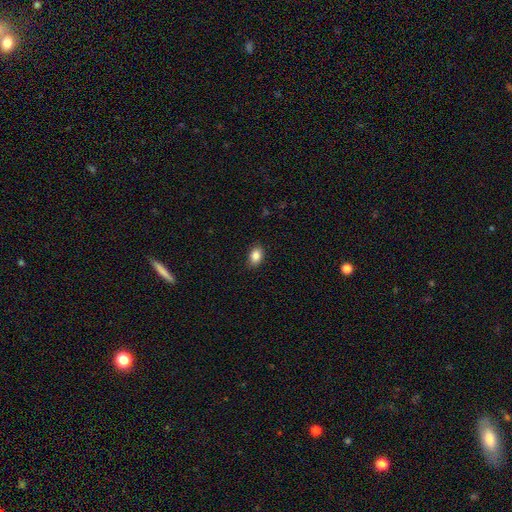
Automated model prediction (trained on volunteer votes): smooth-or-featured: smooth: 86% | star or artifact: 9% | featured or disk: 5%
  how-rounded: in between: 81% | round: 18% | cigar-shaped: 1%
  merging: none: 87% | minor disturbance: 10% | major disturbance: 2% | merger: 1%